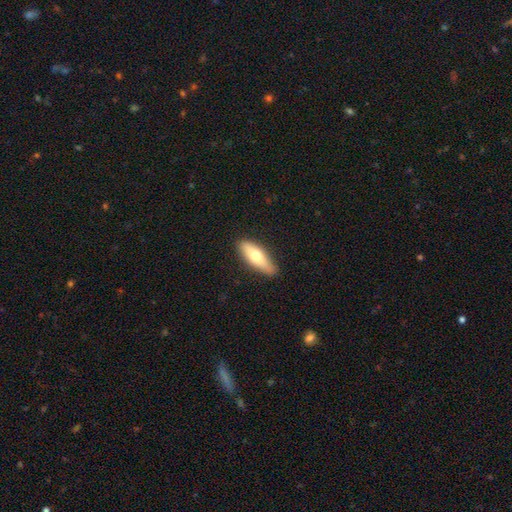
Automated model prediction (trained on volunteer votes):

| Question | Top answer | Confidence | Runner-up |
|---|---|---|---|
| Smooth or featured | smooth | 65% | featured or disk (30%) |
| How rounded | in between | 55% | cigar-shaped (42%) |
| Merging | none | 84% | minor disturbance (13%) |